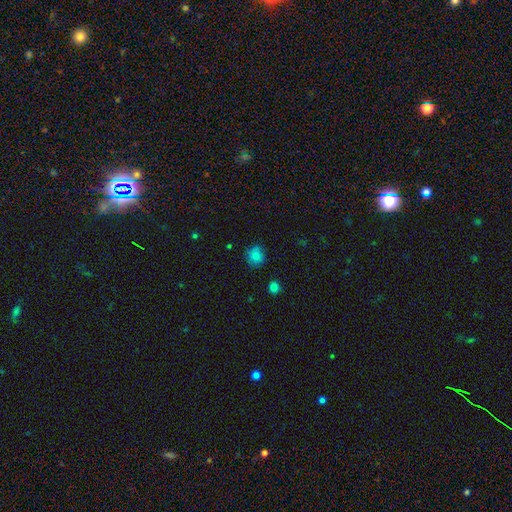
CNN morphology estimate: smooth_or_featured: smooth (p=0.82) [alt: star or artifact p=0.12]
how_rounded: round (p=0.83) [alt: in between p=0.16]
merging: none (p=0.79) [alt: minor disturbance p=0.16]